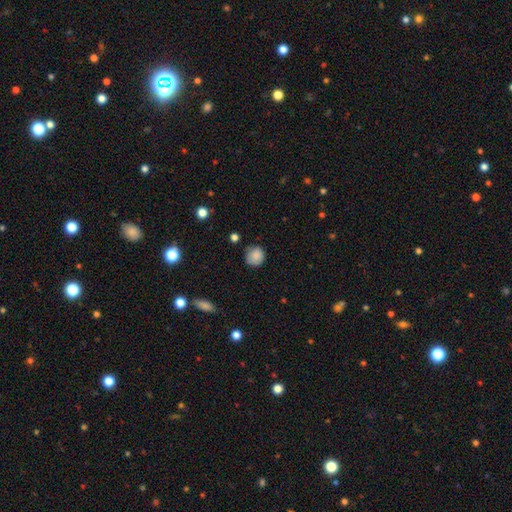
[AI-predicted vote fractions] Overall: smooth (84%). How rounded: round (88%). Merging: none (72%).